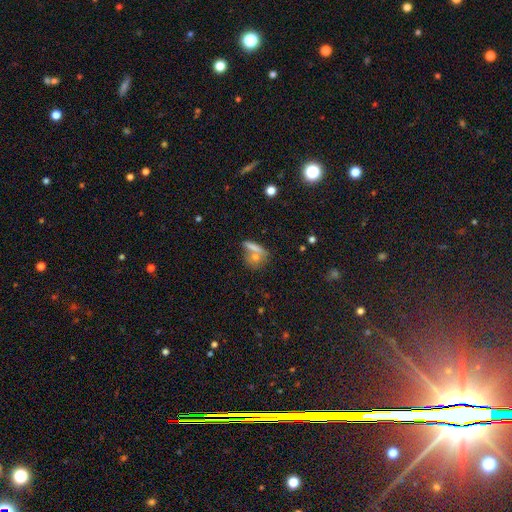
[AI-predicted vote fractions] Q: Smooth or featured?
A: smooth (68%); runner-up: featured or disk (20%)
Q: How rounded?
A: round (43%); runner-up: in between (34%)
Q: Merging?
A: none (51%); runner-up: merger (33%)